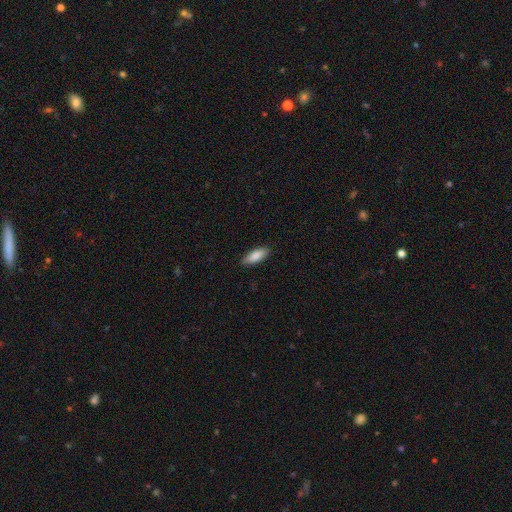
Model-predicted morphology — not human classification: A smooth galaxy with no disk features (87%) that is in between round and cigar-shaped (70%).

Vote fractions:
- Smooth or featured? smooth: 87% / featured or disk: 7% / star or artifact: 6%
- How rounded? in between: 70% / cigar-shaped: 28% / round: 2%
- Merging? none: 88% / minor disturbance: 9% / major disturbance: 2% / merger: 1%